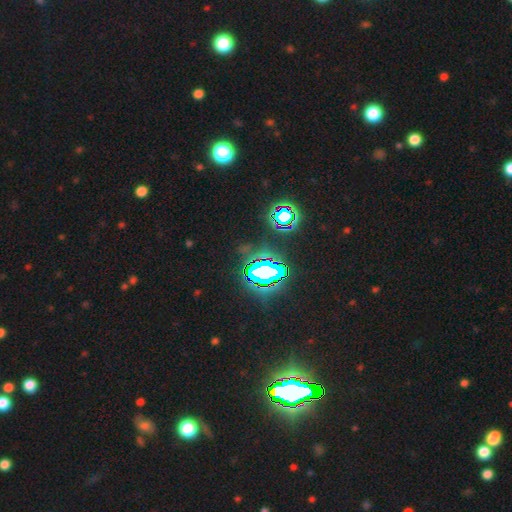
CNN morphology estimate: Smooth or featured: star or artifact — 82% (smooth — 11%)